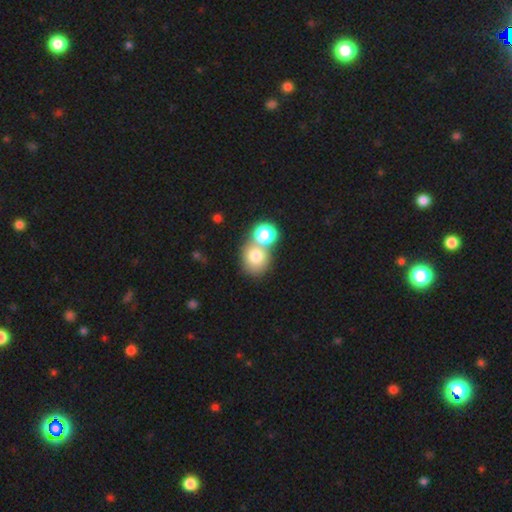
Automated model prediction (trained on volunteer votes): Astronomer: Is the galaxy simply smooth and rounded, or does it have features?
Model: smooth — 75%.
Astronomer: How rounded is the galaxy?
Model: round — 71%.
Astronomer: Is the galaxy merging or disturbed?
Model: merger — 46% (runner-up: none, 41%).